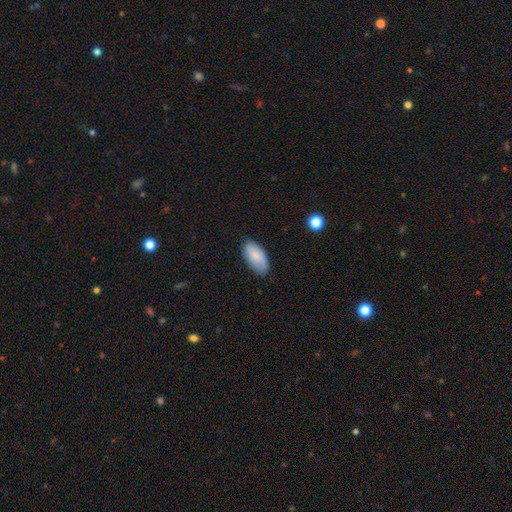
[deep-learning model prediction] This is clearly a smooth galaxy (84%). How rounded: clearly in between (93%). Merging: likely none (79%).